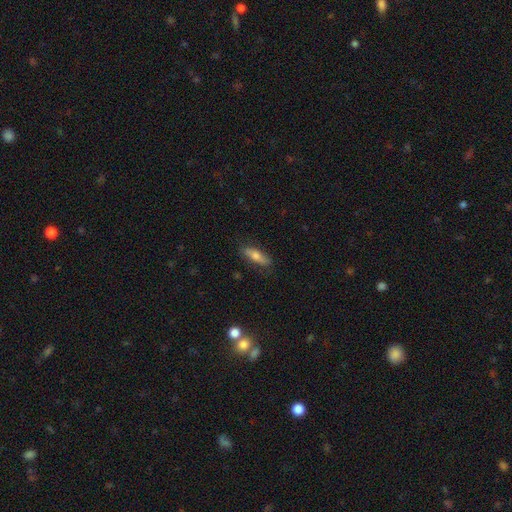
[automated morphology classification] Smooth or featured?
  - smooth: 64% *
  - featured or disk: 29%
  - star or artifact: 8%
How rounded?
  - cigar-shaped: 62% *
  - in between: 35%
  - round: 3%
Merging?
  - none: 84% *
  - minor disturbance: 12%
  - major disturbance: 2%
  - merger: 2%